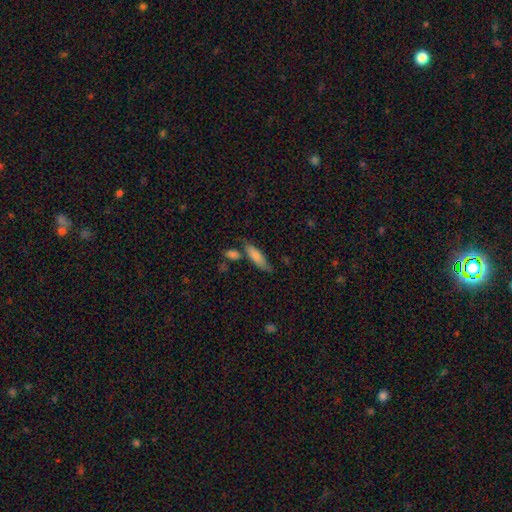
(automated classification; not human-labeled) smooth-or-featured: smooth: 77% | featured or disk: 17% | star or artifact: 7%
  how-rounded: cigar-shaped: 56% | in between: 42% | round: 2%
  merging: none: 61% | minor disturbance: 20% | merger: 14% | major disturbance: 6%